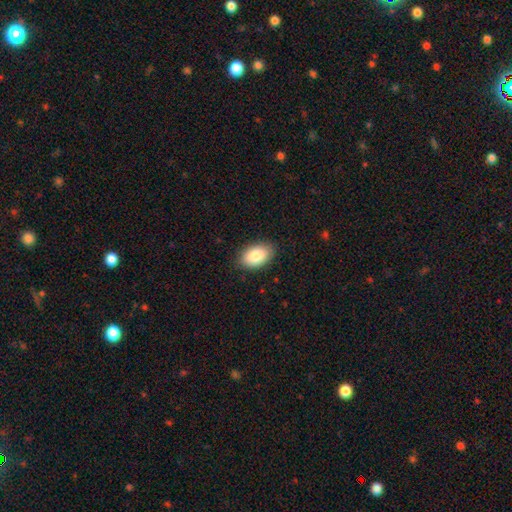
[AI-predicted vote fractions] This is clearly a smooth galaxy (85%). How rounded: clearly in between (92%). Merging: clearly none (86%).